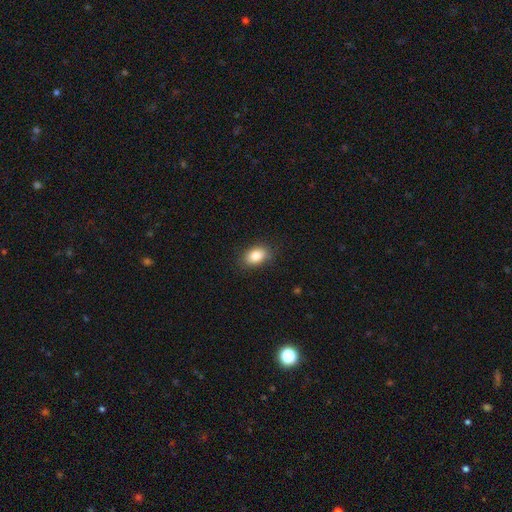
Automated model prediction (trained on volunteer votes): Morphology: type=smooth (84%); roundness=in between (85%); merging=none (86%).